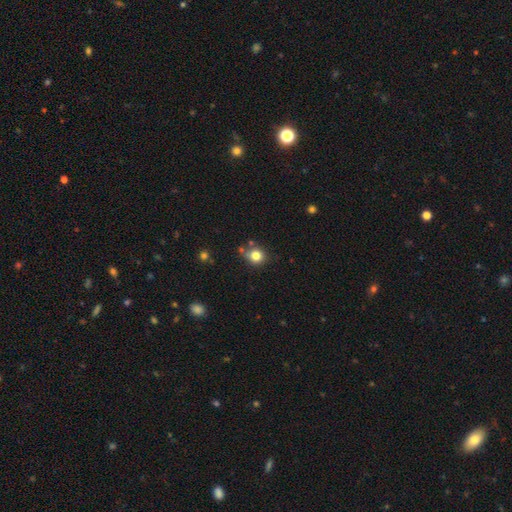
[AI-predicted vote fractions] The model was most divided on "merging": none: 70%, minor disturbance: 14%, merger: 12%, major disturbance: 4%. More confident: how rounded — round (84%); smooth or featured — smooth (81%).